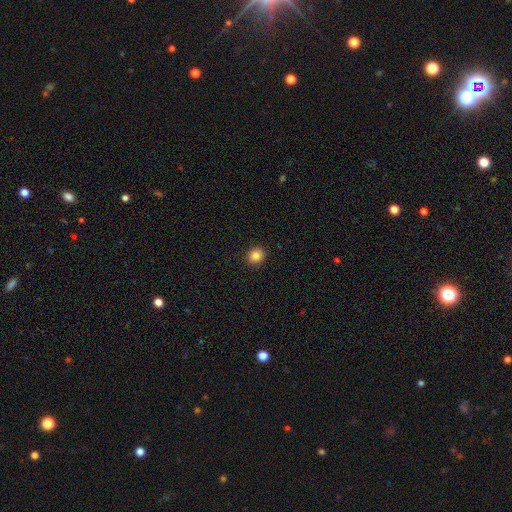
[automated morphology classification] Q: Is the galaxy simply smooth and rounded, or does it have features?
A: smooth — 84%.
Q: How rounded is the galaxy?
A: round — 86%.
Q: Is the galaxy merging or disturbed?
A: none — 91%.